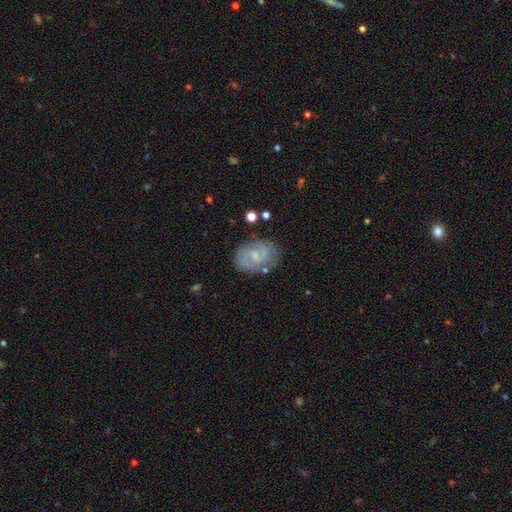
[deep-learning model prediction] Q: Smooth or featured?
A: featured or disk (67%); runner-up: smooth (25%)
Q: Edge-on disk?
A: no (97%); runner-up: yes (3%)
Q: Bar?
A: weak (50%); runner-up: no (42%)
Q: Spiral arms?
A: yes (85%); runner-up: no (15%)
Q: Spiral winding?
A: medium (44%); runner-up: tight (39%)
Q: Spiral arm count?
A: 2 (71%); runner-up: can't tell (18%)
Q: Bulge size?
A: small (61%); runner-up: moderate (24%)
Q: Merging?
A: none (73%); runner-up: minor disturbance (18%)